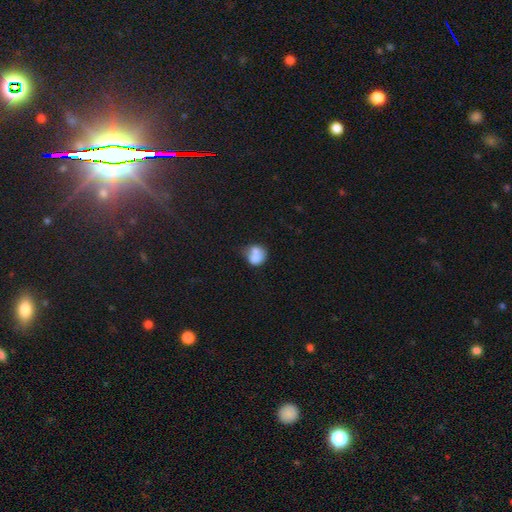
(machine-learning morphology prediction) Smooth or featured?
  - smooth: 71% *
  - featured or disk: 20%
  - star or artifact: 9%
How rounded?
  - round: 67% *
  - in between: 32%
  - cigar-shaped: 1%
Merging?
  - merger: 53% *
  - none: 27%
  - minor disturbance: 13%
  - major disturbance: 7%